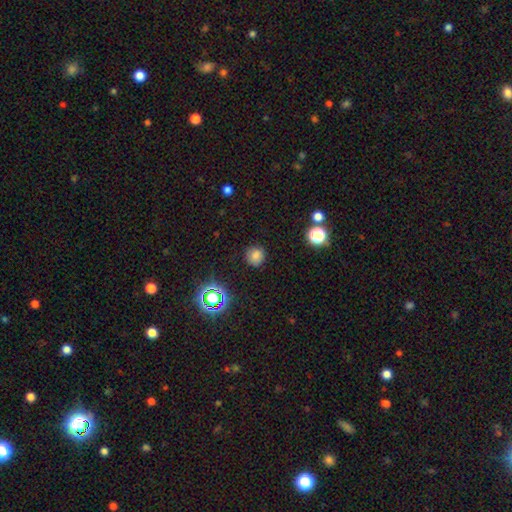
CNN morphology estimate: Overall: smooth (76%). How rounded: round (89%). Merging: none (86%).